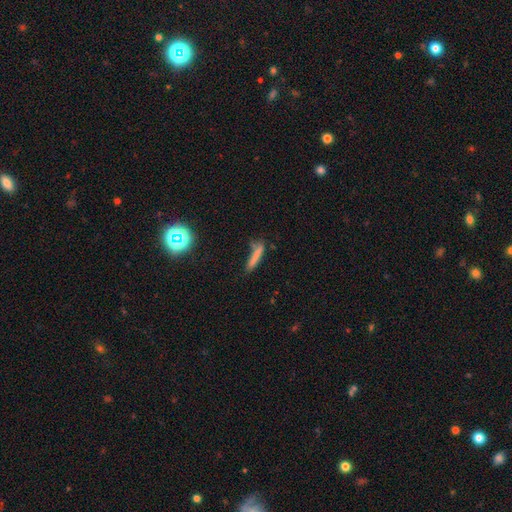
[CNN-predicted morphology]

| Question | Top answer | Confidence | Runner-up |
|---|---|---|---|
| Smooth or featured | smooth | 75% | featured or disk (15%) |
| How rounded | cigar-shaped | 91% | in between (7%) |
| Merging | none | 65% | minor disturbance (22%) |